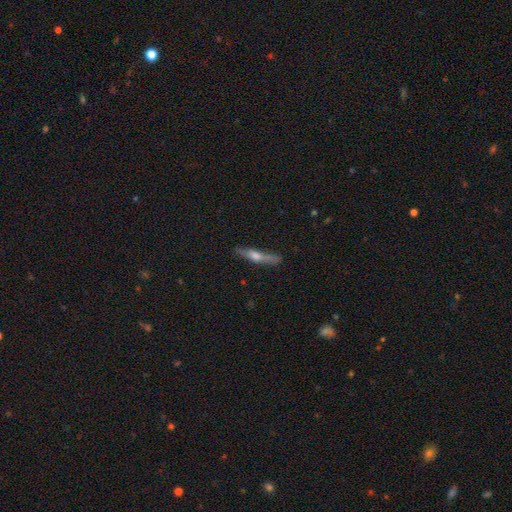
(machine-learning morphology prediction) Smooth or featured?
  - featured or disk: 64% *
  - smooth: 29%
  - star or artifact: 7%
Edge-on disk?
  - yes: 95% *
  - no: 5%
Edge-on bulge?
  - rounded: 83% *
  - boxy: 10%
  - none: 7%
Merging?
  - none: 81% *
  - minor disturbance: 14%
  - major disturbance: 3%
  - merger: 2%